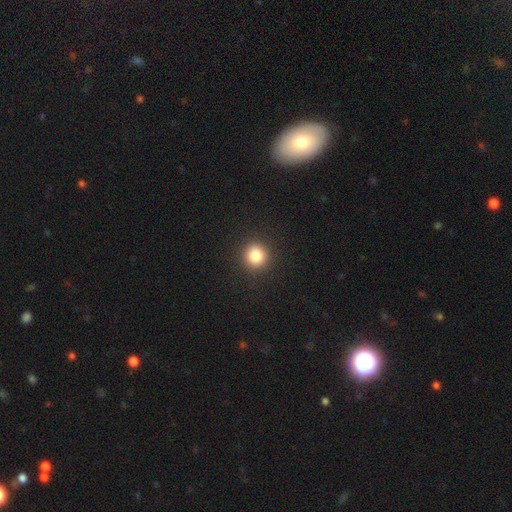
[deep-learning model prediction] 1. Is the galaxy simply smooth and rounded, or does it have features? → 84% smooth, 11% star or artifact, 5% featured or disk.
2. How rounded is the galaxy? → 91% round, 8% in between, 1% cigar-shaped.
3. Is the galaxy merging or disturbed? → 92% none, 5% minor disturbance, 2% major disturbance, 1% merger.